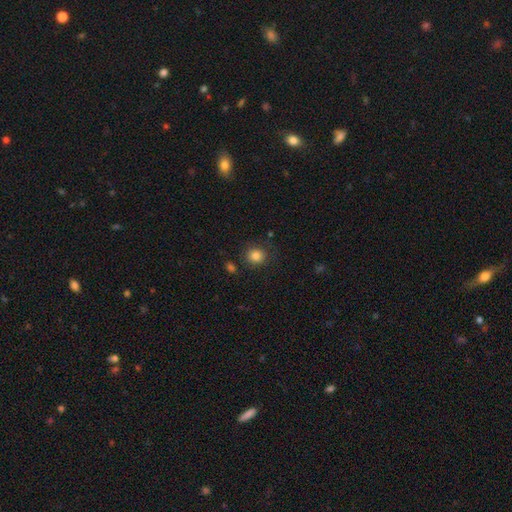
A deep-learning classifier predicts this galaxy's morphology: Overall: smooth (84%). How rounded: round (85%). Merging: none (83%).